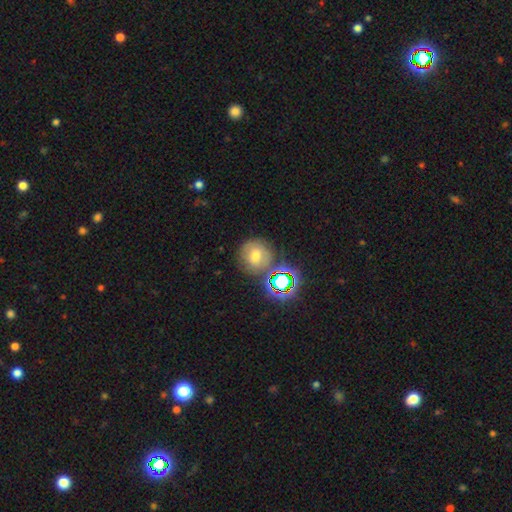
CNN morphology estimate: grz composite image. It shows a smooth galaxy with no disk features (49%). Merging: none (69%).